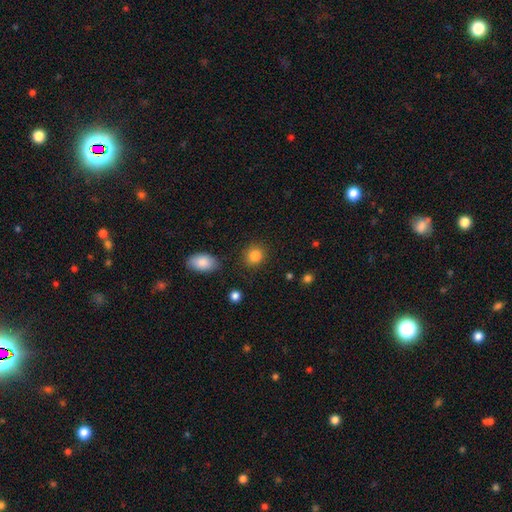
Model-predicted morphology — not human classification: smooth_or_featured: smooth (p=0.85) [alt: star or artifact p=0.10]
how_rounded: round (p=0.82) [alt: in between p=0.17]
merging: none (p=0.88) [alt: minor disturbance p=0.08]